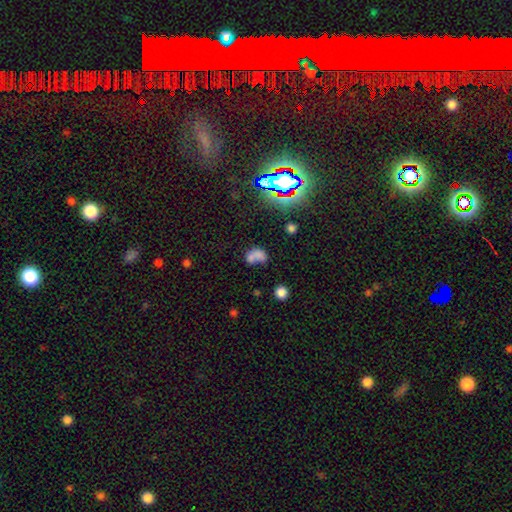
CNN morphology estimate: Smooth or featured? smooth (67%)
How rounded? in between (65%)
Merging? merger (47%)